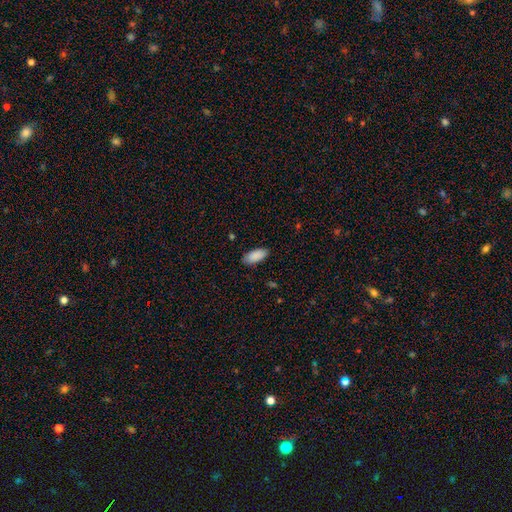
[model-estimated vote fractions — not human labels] A smooth galaxy with no disk features (90%) that is in between round and cigar-shaped (90%).

Vote fractions:
- Smooth or featured? smooth: 90% / star or artifact: 6% / featured or disk: 4%
- How rounded? in between: 90% / cigar-shaped: 9% / round: 2%
- Merging? none: 86% / minor disturbance: 11% / major disturbance: 2% / merger: 1%